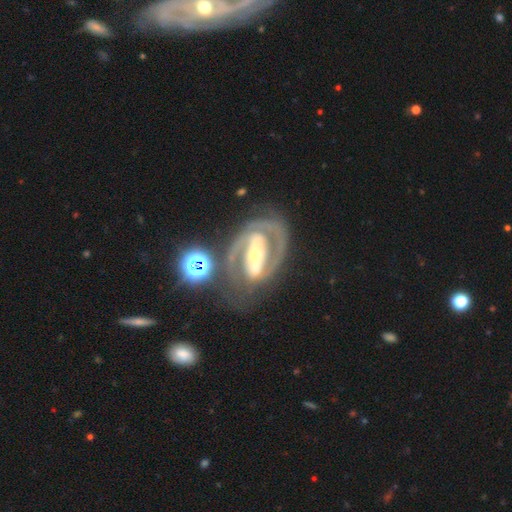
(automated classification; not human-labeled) This is clearly a featured or disk galaxy (88%). It is clearly not viewed edge-on (95%). Bar: likely strong (79%). Spiral arm pattern: clearly yes (89%). Spiral arm count: clearly 2 (85%). Spiral winding: possibly tight (48%). Central bulge: possibly moderate (49%). Merging: likely none (64%).